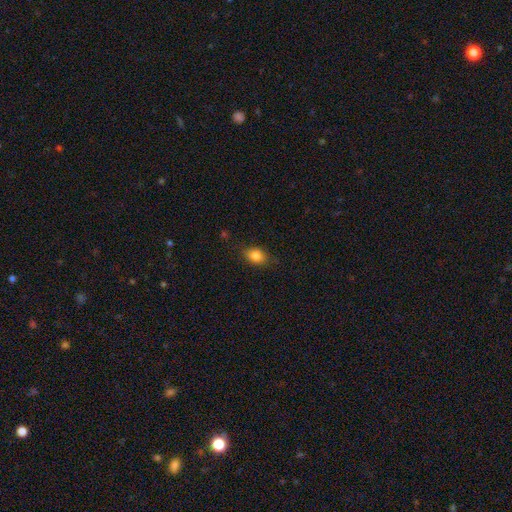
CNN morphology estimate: This is clearly a smooth galaxy (83%). How rounded: likely in between (70%). Merging: likely none (80%).